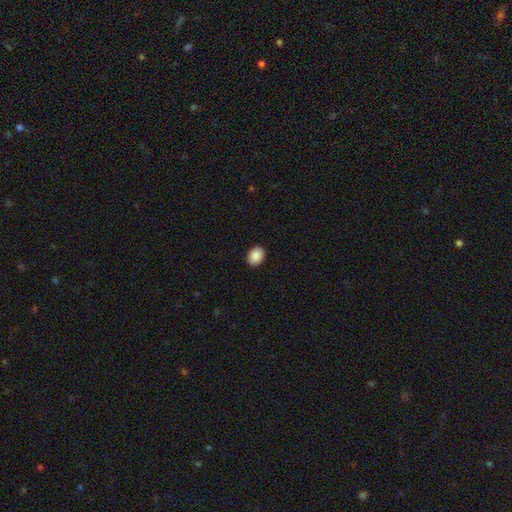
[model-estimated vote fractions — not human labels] Morphology: type=smooth (90%); roundness=in between (68%); merging=none (91%).